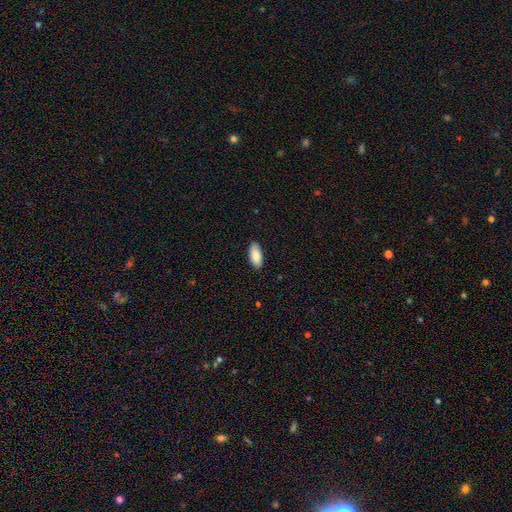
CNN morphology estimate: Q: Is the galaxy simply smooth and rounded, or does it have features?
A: smooth — 88%.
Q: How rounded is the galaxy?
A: in between — 90%.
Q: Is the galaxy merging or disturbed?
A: none — 88%.